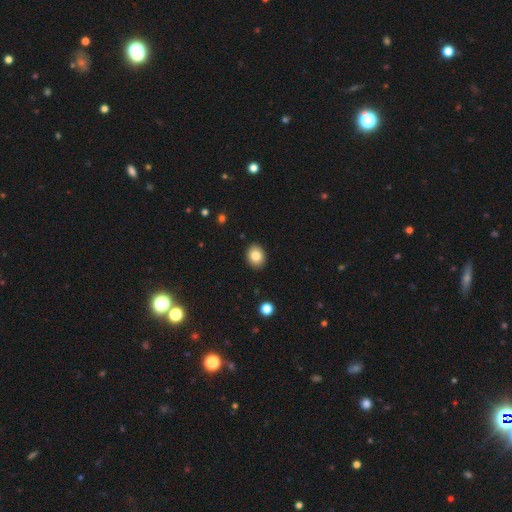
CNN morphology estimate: Overall: smooth (84%). How rounded: in between (56%; round 43%). Merging: none (90%).